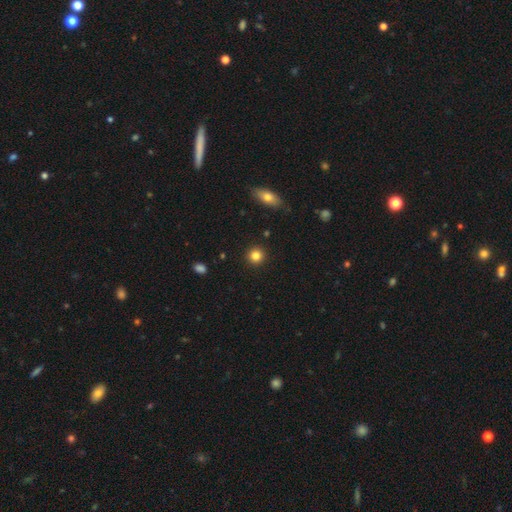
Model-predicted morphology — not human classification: smooth 84%, star or artifact 11%, featured or disk 6%. Down the decision tree: how rounded — round (93%); merging — none (92%).